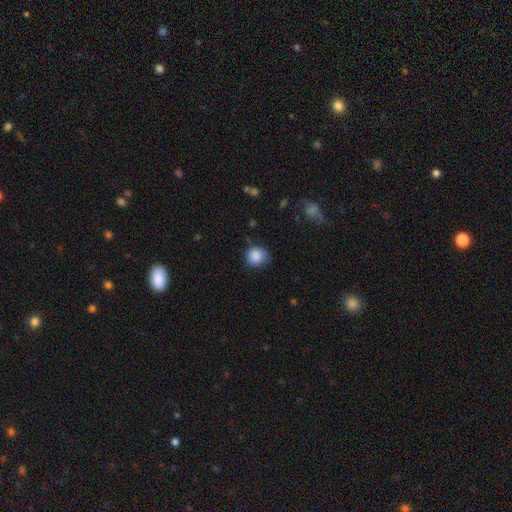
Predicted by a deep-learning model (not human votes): smooth-or-featured: smooth: 88% | star or artifact: 8% | featured or disk: 4%
  how-rounded: round: 86% | in between: 13% | cigar-shaped: 1%
  merging: none: 72% | minor disturbance: 21% | major disturbance: 5% | merger: 2%